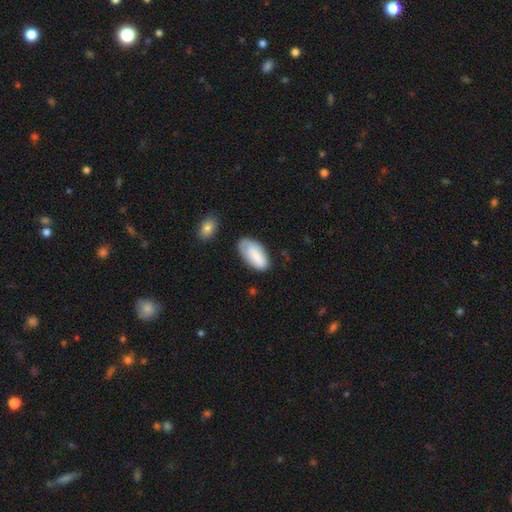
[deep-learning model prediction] This appears to be a smooth galaxy with no disk features (80%) that is in between round and cigar-shaped (93%). Merging: none (62%).